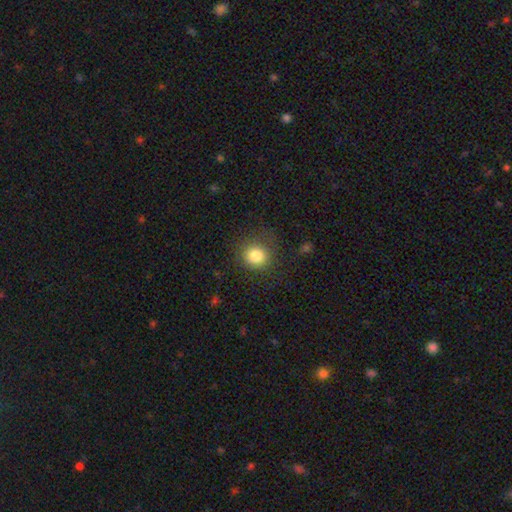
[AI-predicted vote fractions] Overall: smooth (83%). How rounded: round (86%). Merging: none (82%).